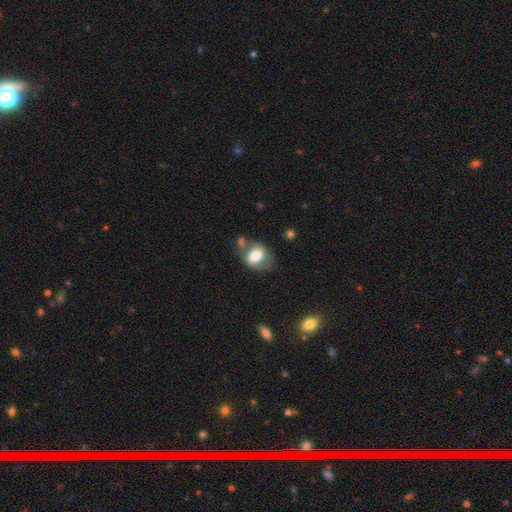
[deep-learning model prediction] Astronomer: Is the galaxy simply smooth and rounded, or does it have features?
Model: smooth — 60%.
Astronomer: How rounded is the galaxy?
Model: in between — 70%.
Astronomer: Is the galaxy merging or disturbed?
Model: none — 43% (runner-up: minor disturbance, 23%).